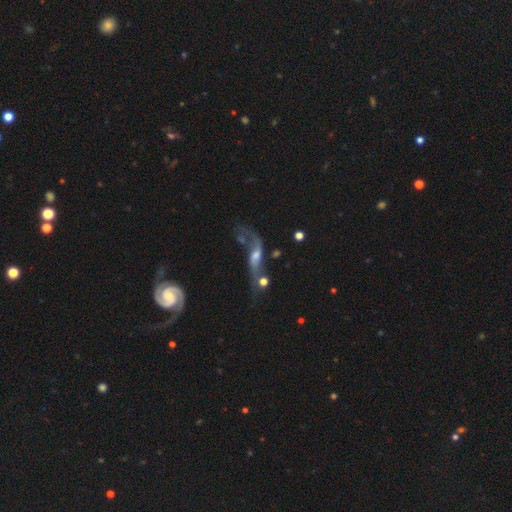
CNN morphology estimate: This appears to be a featured or disk galaxy (72%) with no bar (53%), 2 (82%) loose (87%) spiral arms (84%) and a moderate central bulge (49%). Merging: none (34%).